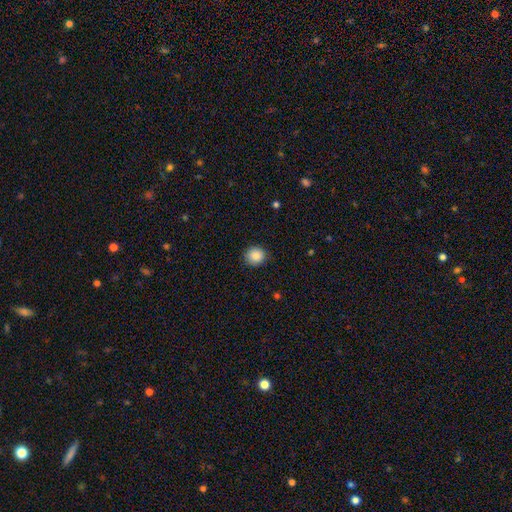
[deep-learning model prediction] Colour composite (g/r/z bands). It shows a smooth galaxy with no disk features (88%) that is round (84%). Merging: none (87%).